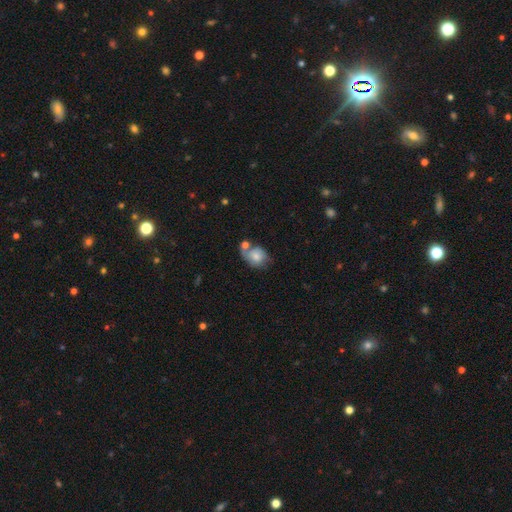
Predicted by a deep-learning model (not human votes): Overall: smooth (62%; featured or disk 29%). How rounded: in between (52%; round 47%). Merging: none (33%; merger 32%).